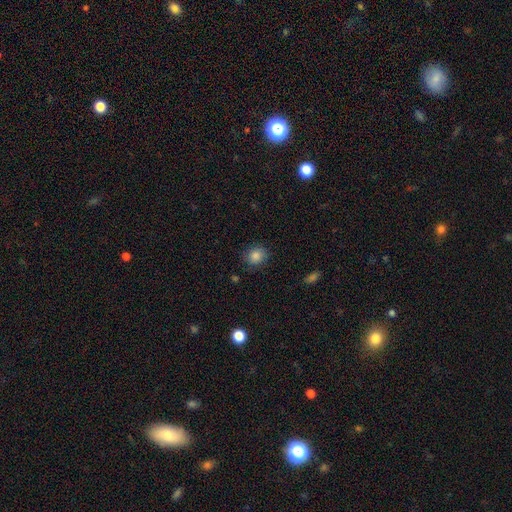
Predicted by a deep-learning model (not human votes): This appears to be a smooth galaxy with no disk features (85%) that is round (73%). Merging: none (83%).